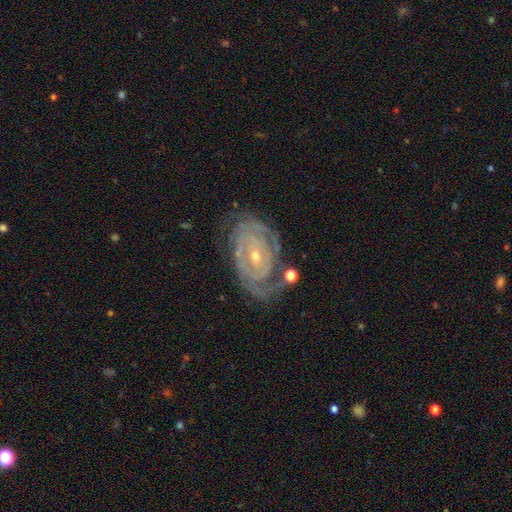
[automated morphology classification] A featured or disk galaxy (87%) with no bar (57%), 2 (37%) tight (78%) spiral arms (94%) and a small central bulge (68%).

Vote fractions:
- Smooth or featured? featured or disk: 87% / smooth: 7% / star or artifact: 6%
- Edge-on disk? no: 96% / yes: 4%
- Bar? no: 57% / weak: 30% / strong: 13%
- Spiral arms? yes: 94% / no: 6%
- Spiral winding? tight: 78% / medium: 18% / loose: 4%
- Spiral arm count? 2: 37% / can't tell: 31% / 3: 15% / 4: 7% / 1: 6% / more than 4: 5%
- Bulge size? small: 68% / moderate: 29% / large: 1% / none: 1% / dominant: 1%
- Merging? none: 65% / minor disturbance: 20% / major disturbance: 11% / merger: 4%